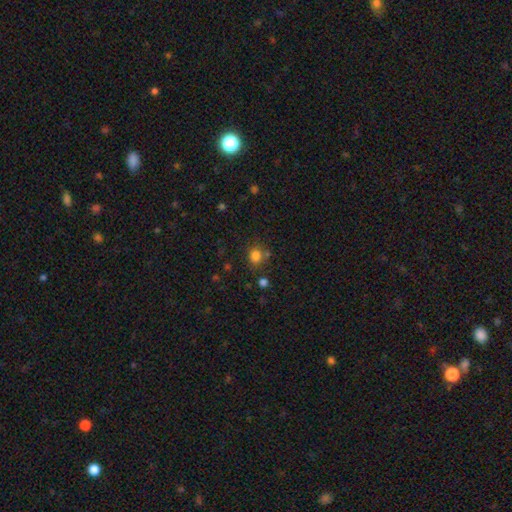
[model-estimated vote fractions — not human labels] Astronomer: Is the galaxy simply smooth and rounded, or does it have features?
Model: smooth — 80%.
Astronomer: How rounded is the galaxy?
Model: round — 76%.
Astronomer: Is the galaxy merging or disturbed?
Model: none — 73%.